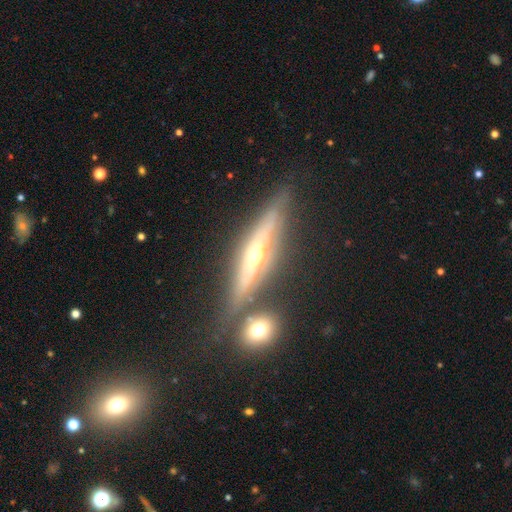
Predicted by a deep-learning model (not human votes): This appears to be a featured or disk galaxy (79%) viewed edge-on (94%) with a rounded central bulge (88%). Merging: none (77%).